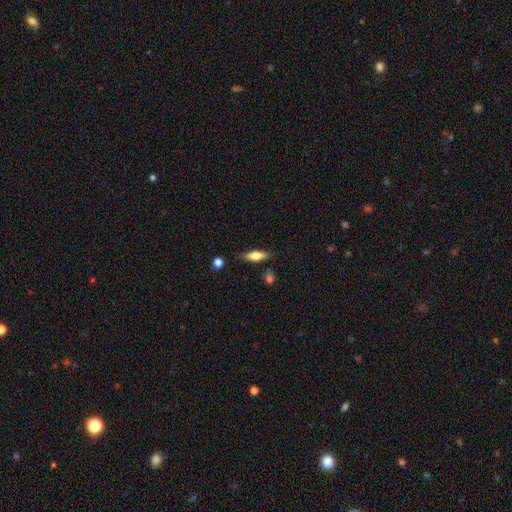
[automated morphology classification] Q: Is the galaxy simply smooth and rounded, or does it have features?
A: smooth — 65%.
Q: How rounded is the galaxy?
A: in between — 54%.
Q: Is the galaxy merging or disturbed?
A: none — 81%.